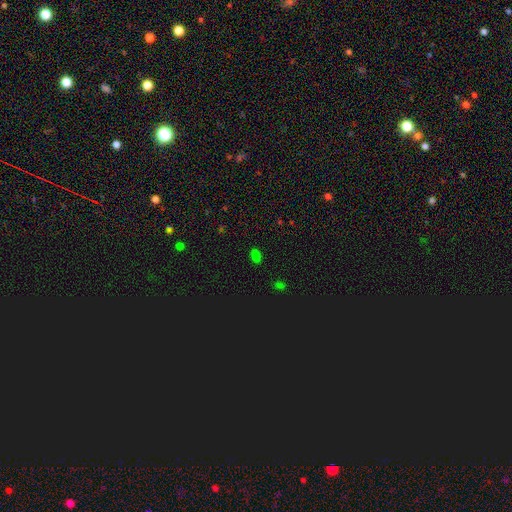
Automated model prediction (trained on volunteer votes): smooth_or_featured: smooth (p=0.70) [alt: star or artifact p=0.26]
how_rounded: in between (p=0.89) [alt: round p=0.09]
merging: none (p=0.86) [alt: minor disturbance p=0.09]